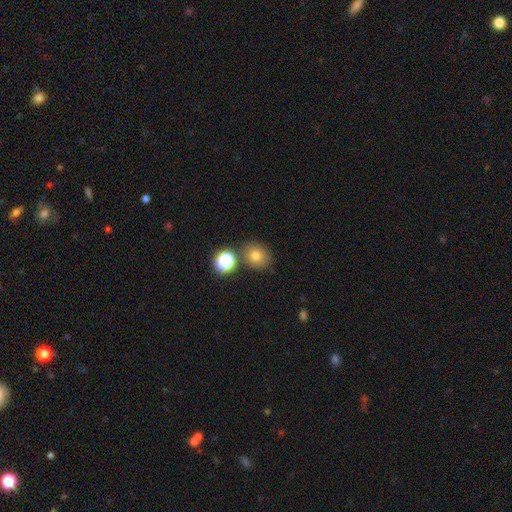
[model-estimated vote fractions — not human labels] Smooth or featured? smooth (75%)
How rounded? round (75%)
Merging? none (75%)